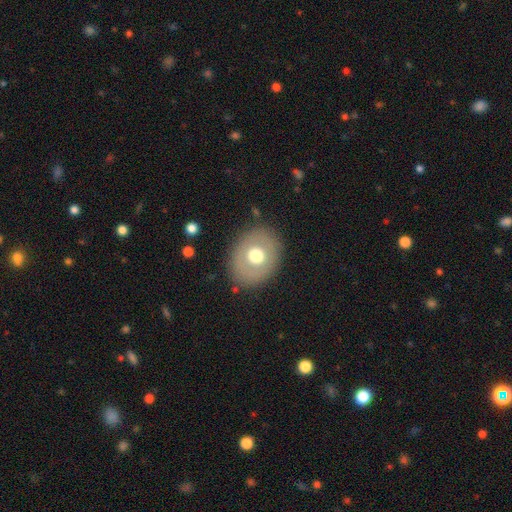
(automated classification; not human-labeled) smooth 61%, featured or disk 31%, star or artifact 8%. Down the decision tree: how rounded — round (53%); merging — none (84%).